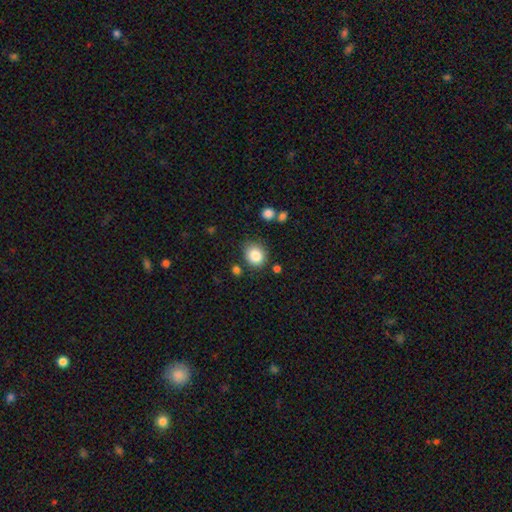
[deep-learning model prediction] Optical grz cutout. It shows a smooth galaxy with no disk features (85%) that is round (70%). Merging: none (77%).